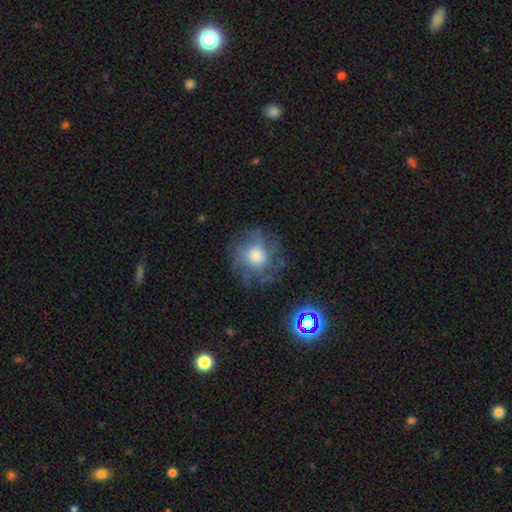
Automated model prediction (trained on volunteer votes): This is possibly a featured or disk galaxy (50%). It is clearly not viewed edge-on (96%). Merging: likely none (68%).